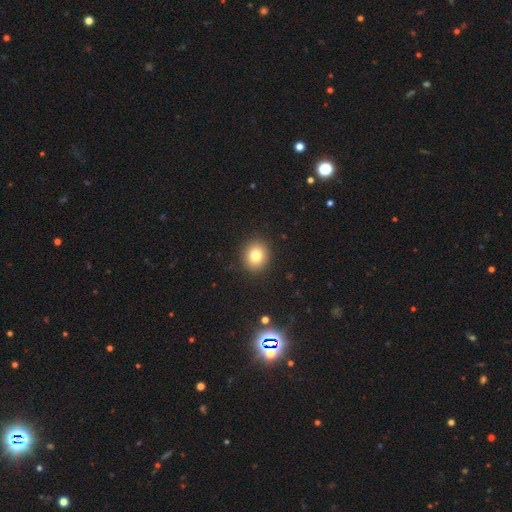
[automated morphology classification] Smooth or featured?
  - smooth: 79% *
  - star or artifact: 12%
  - featured or disk: 9%
How rounded?
  - round: 79% *
  - in between: 20%
  - cigar-shaped: 1%
Merging?
  - none: 90% *
  - minor disturbance: 6%
  - major disturbance: 2%
  - merger: 1%